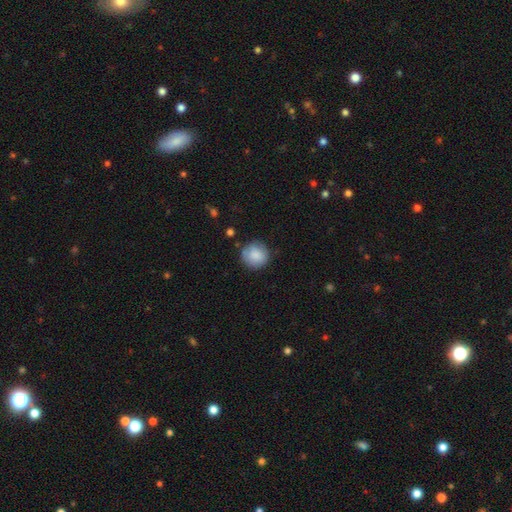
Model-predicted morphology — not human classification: Q: Smooth or featured?
A: smooth (83%); runner-up: featured or disk (10%)
Q: How rounded?
A: round (92%); runner-up: in between (7%)
Q: Merging?
A: none (79%); runner-up: minor disturbance (15%)